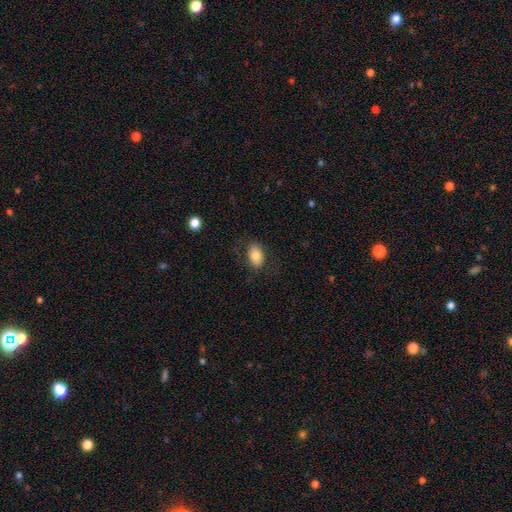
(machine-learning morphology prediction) The model was most divided on "smooth or featured": smooth: 81%, featured or disk: 12%, star or artifact: 8%. More confident: how rounded — in between (88%); merging — none (81%).